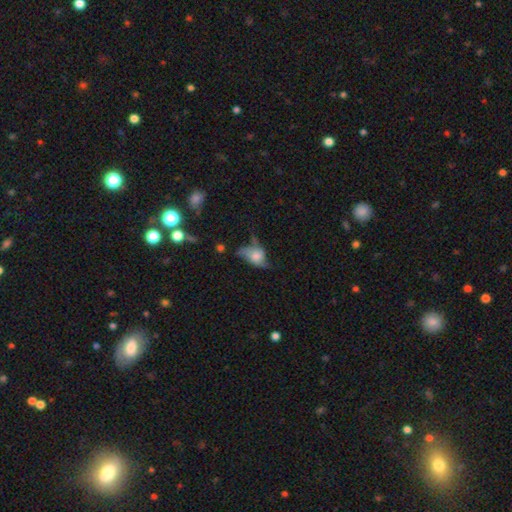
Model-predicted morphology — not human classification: Smooth or featured? Predicted: smooth (p=0.47). Merging? Predicted: none (p=0.32, tied with major disturbance).